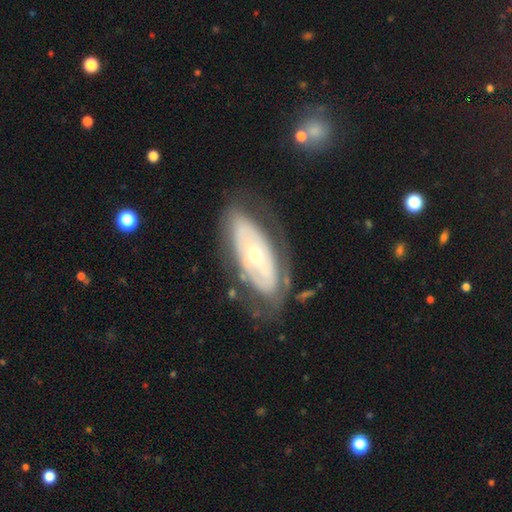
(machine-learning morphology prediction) featured or disk 71%, smooth 23%, star or artifact 6%. Down the decision tree: edge-on disk — no (88%); bar — no (79%); spiral arms — no (51%); bulge size — small (55%); merging — none (68%).